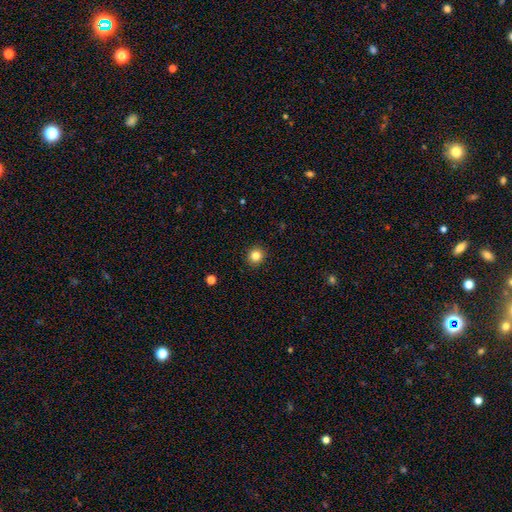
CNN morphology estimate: Smooth or featured: smooth — 83% (star or artifact — 12%)
How rounded: round — 90% (in between — 9%)
Merging: none — 92% (minor disturbance — 5%)